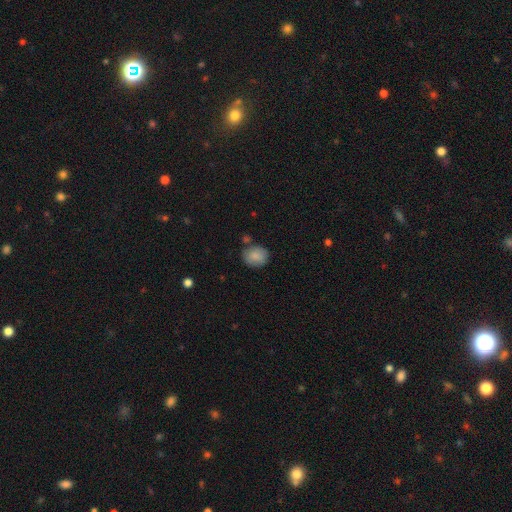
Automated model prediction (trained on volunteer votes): This is clearly a smooth galaxy (86%). How rounded: possibly round (59%). Merging: likely none (74%).